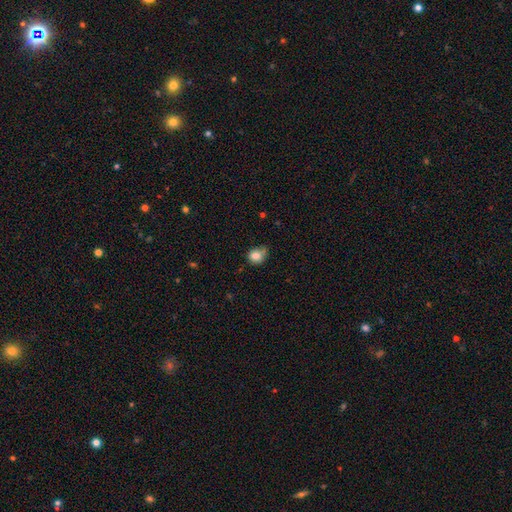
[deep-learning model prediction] A smooth galaxy with no disk features (81%) that is round (56%).

Vote fractions:
- Smooth or featured? smooth: 81% / star or artifact: 10% / featured or disk: 9%
- How rounded? round: 56% / in between: 43% / cigar-shaped: 1%
- Merging? none: 45% / minor disturbance: 41% / major disturbance: 11% / merger: 3%